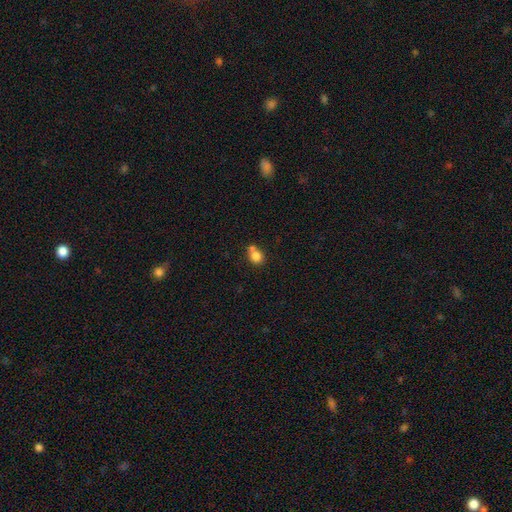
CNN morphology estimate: Q: Smooth or featured?
A: smooth (80%); runner-up: star or artifact (10%)
Q: How rounded?
A: round (73%); runner-up: in between (26%)
Q: Merging?
A: none (44%); runner-up: merger (41%)